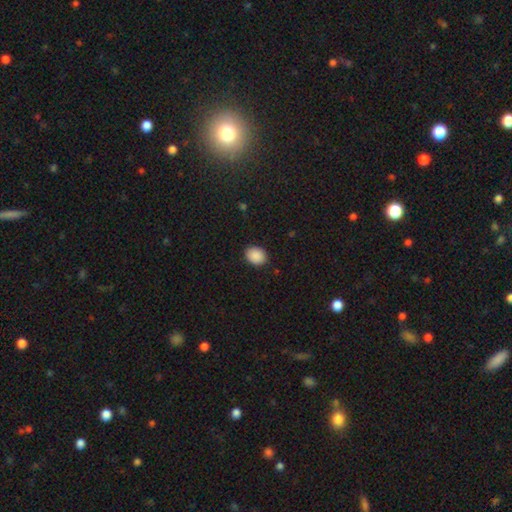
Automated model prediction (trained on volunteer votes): A smooth galaxy with no disk features (90%) that is in between round and cigar-shaped (53%). Merging: none (90%).